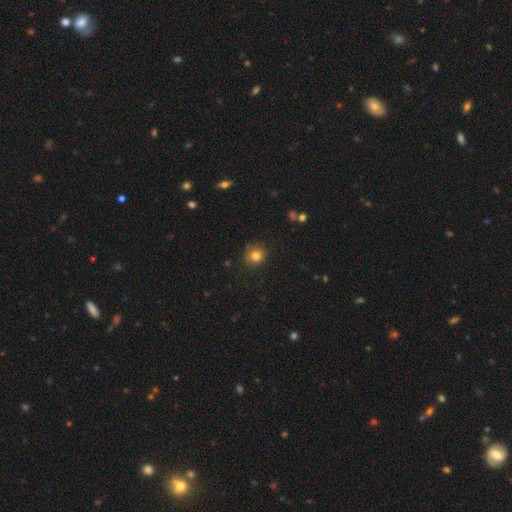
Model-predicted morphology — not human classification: Smooth or featured? Predicted: smooth (p=0.81). How rounded? Predicted: round (p=0.84). Merging? Predicted: none (p=0.84).